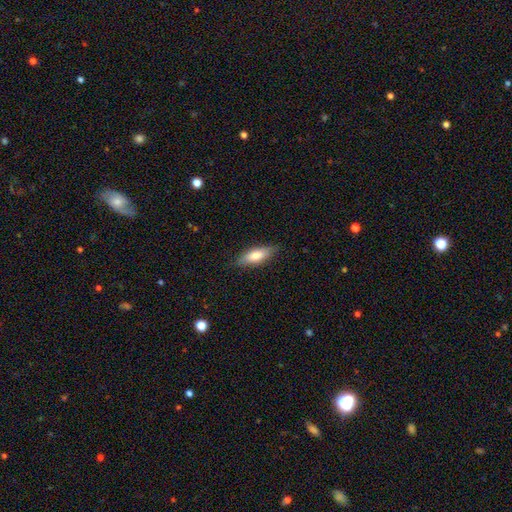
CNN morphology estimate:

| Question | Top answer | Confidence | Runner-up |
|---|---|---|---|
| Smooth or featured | smooth | 72% | featured or disk (22%) |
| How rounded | in between | 61% | cigar-shaped (37%) |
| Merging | none | 83% | minor disturbance (13%) |